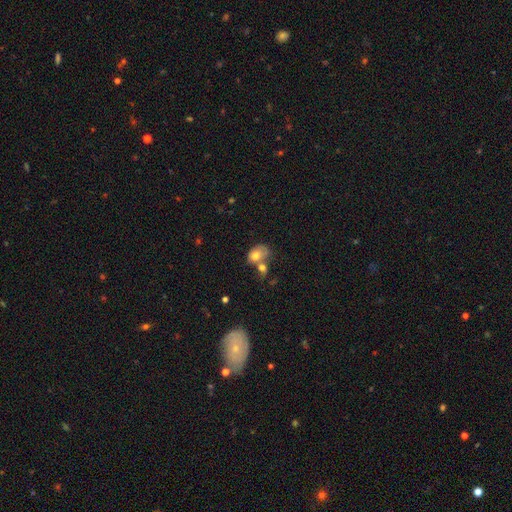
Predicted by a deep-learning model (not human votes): smooth-or-featured: smooth: 72% | featured or disk: 20% | star or artifact: 9%
  how-rounded: in between: 75% | round: 24% | cigar-shaped: 1%
  merging: merger: 49% | none: 25% | minor disturbance: 16% | major disturbance: 10%